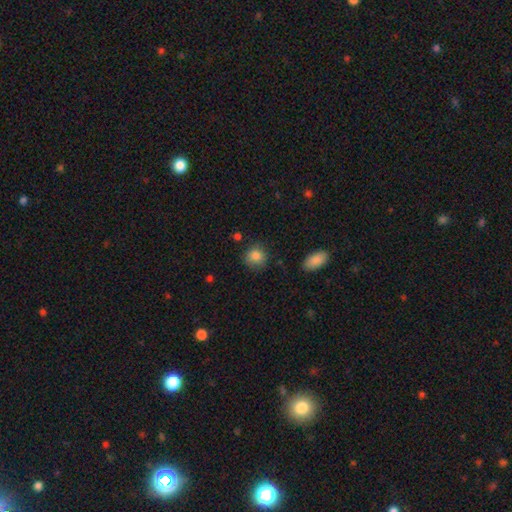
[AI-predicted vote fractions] Smooth or featured? smooth (85%)
How rounded? round (84%)
Merging? none (76%)